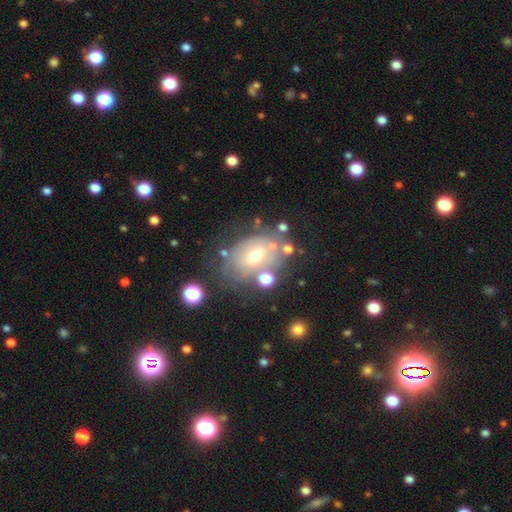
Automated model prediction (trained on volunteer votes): A featured or disk galaxy (50%).

Vote fractions:
- Smooth or featured? featured or disk: 50% / smooth: 37% / star or artifact: 13%
- Merging? none: 59% / minor disturbance: 21% / major disturbance: 12% / merger: 8%